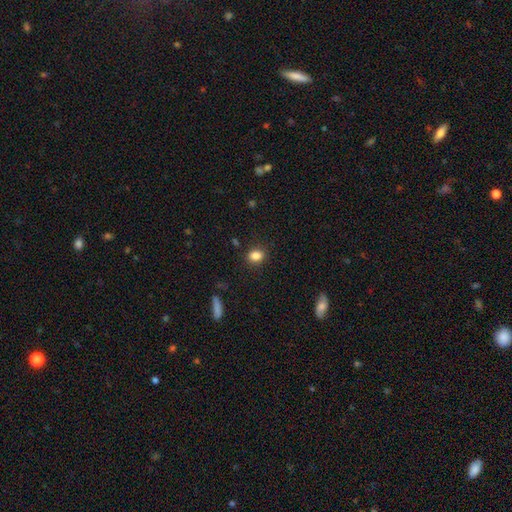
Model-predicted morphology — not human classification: Smooth or featured? smooth (84%)
How rounded? in between (57%)
Merging? none (86%)